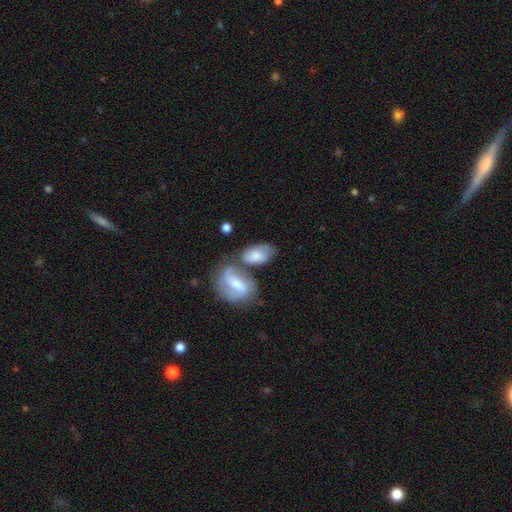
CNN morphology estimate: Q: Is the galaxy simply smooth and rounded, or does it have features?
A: smooth — 57%.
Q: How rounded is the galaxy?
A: in between — 90%.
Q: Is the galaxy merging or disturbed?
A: none — 37%.